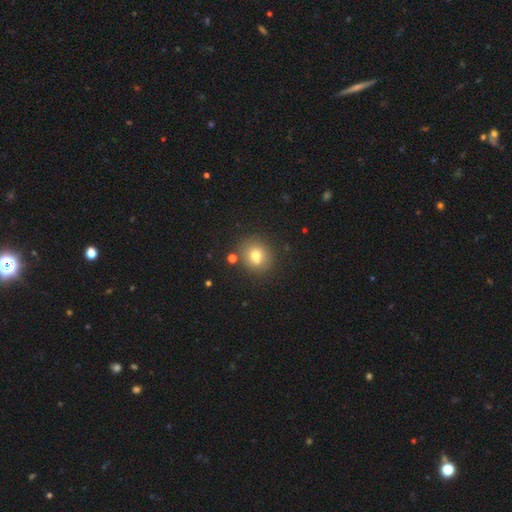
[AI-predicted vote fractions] smooth_or_featured: smooth (p=0.73) [alt: featured or disk p=0.14]
how_rounded: round (p=0.84) [alt: in between p=0.15]
merging: none (p=0.71) [alt: merger p=0.15]